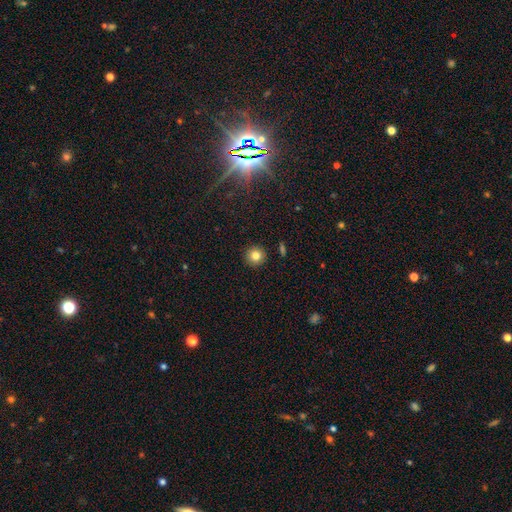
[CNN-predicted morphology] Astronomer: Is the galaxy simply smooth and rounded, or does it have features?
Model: smooth — 81%.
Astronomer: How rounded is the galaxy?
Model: round — 95%.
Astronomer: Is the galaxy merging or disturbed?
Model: none — 92%.